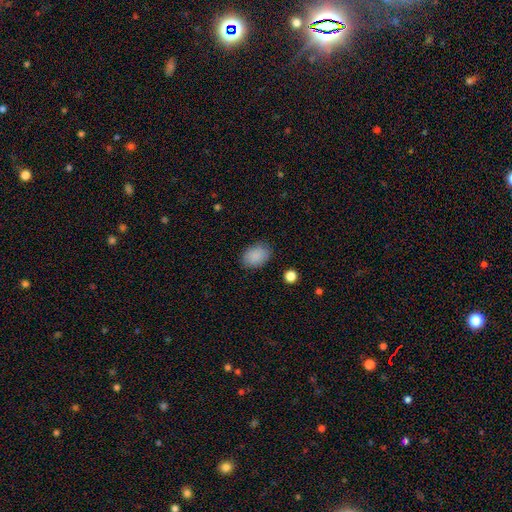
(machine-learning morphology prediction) This appears to be a smooth galaxy with no disk features (88%) that is in between round and cigar-shaped (77%). Merging: none (83%).